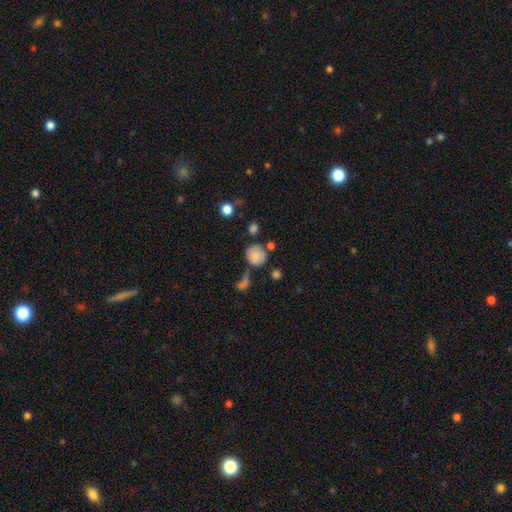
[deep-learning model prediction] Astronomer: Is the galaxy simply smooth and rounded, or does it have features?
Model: smooth — 79%.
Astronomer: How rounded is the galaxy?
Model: round — 81%.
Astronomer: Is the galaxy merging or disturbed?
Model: none — 54%.